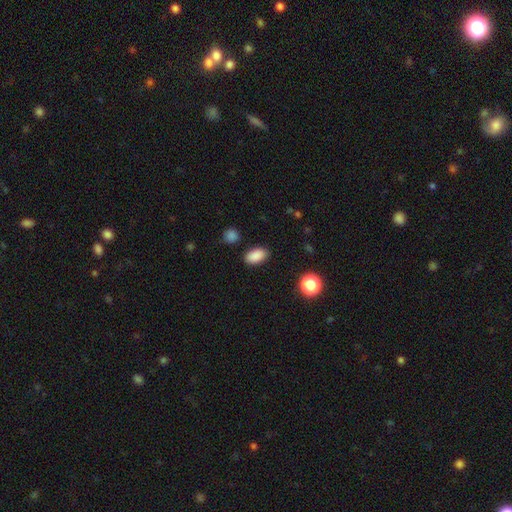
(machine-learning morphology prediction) type=smooth (88%); roundness=in between (91%); merging=none (87%).